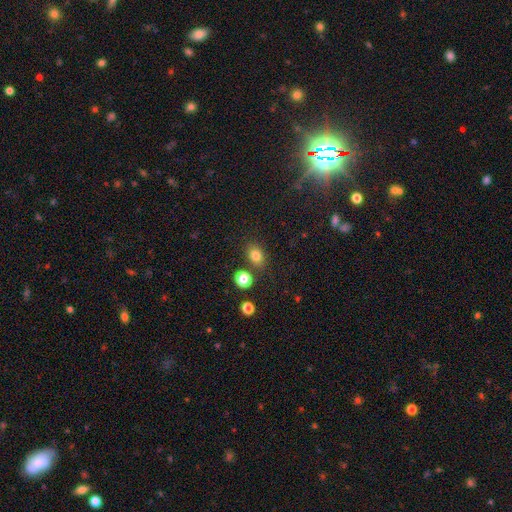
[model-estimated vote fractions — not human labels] smooth_or_featured: smooth (p=0.81) [alt: star or artifact p=0.12]
how_rounded: in between (p=0.60) [alt: round p=0.39]
merging: none (p=0.77) [alt: minor disturbance p=0.12]